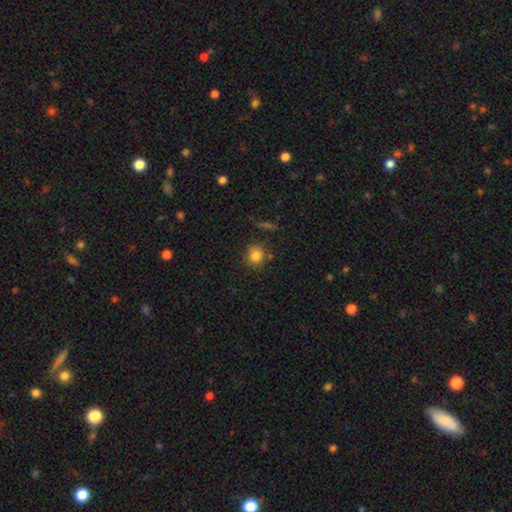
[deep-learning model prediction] Smooth or featured?
  - smooth: 82% *
  - star or artifact: 11%
  - featured or disk: 7%
How rounded?
  - round: 85% *
  - in between: 14%
  - cigar-shaped: 1%
Merging?
  - none: 83% *
  - minor disturbance: 10%
  - merger: 4%
  - major disturbance: 3%